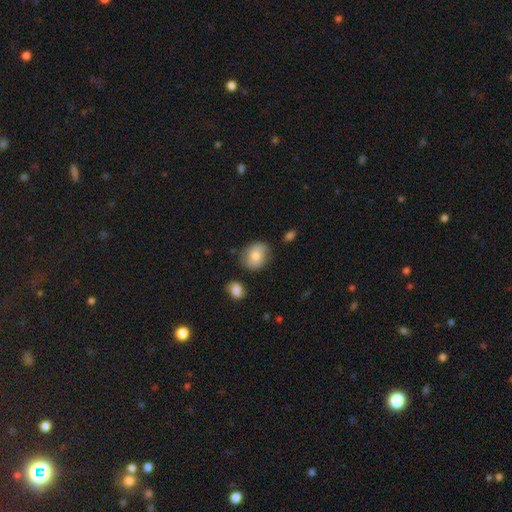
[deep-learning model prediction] smooth 74%, featured or disk 18%, star or artifact 8%. Down the decision tree: how rounded — round (60%); merging — none (68%).